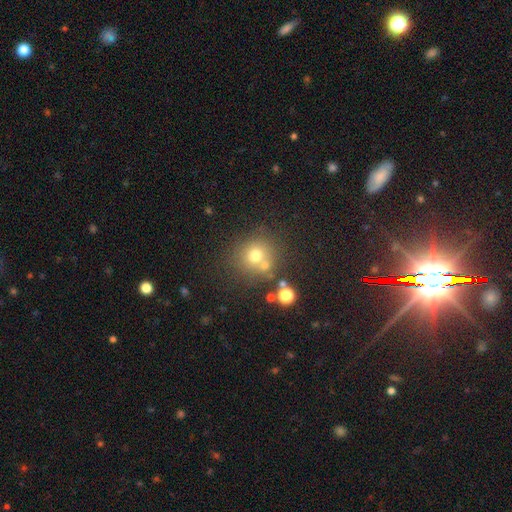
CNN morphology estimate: Smooth or featured: smooth — 69% (star or artifact — 17%)
How rounded: round — 88% (in between — 11%)
Merging: none — 62% (merger — 24%)